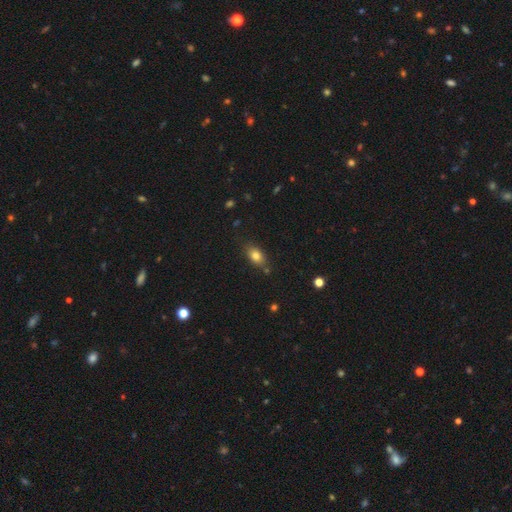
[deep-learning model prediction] Smooth or featured? Predicted: smooth (p=0.80). How rounded? Predicted: in between (p=0.82). Merging? Predicted: none (p=0.76).